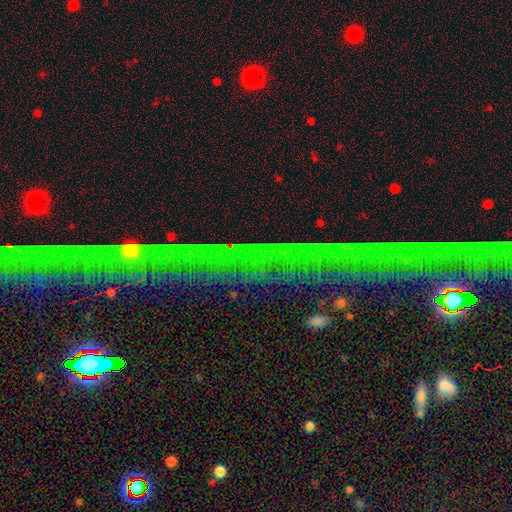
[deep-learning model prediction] Q: Smooth or featured?
A: star or artifact (79%); runner-up: featured or disk (12%)